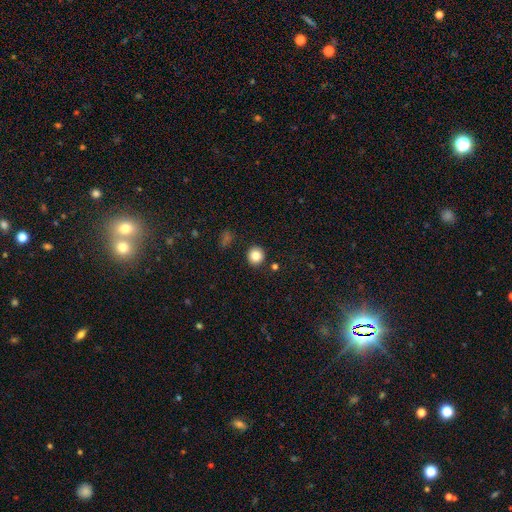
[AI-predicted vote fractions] Smooth or featured?
  - smooth: 84% *
  - star or artifact: 10%
  - featured or disk: 5%
How rounded?
  - round: 91% *
  - in between: 8%
  - cigar-shaped: 1%
Merging?
  - none: 90% *
  - minor disturbance: 6%
  - merger: 3%
  - major disturbance: 2%